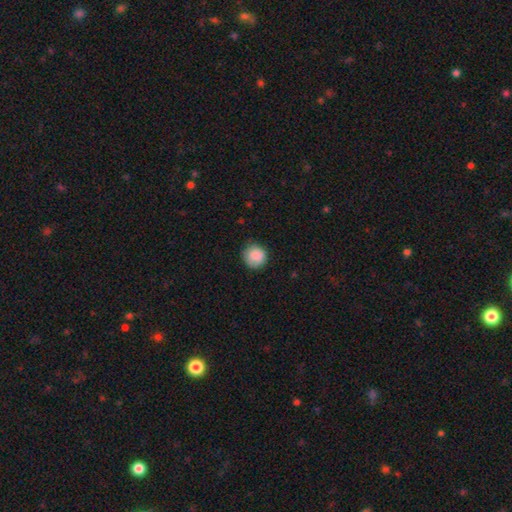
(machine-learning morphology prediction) smooth 88%, star or artifact 8%, featured or disk 4%. Down the decision tree: how rounded — round (93%); merging — none (81%).